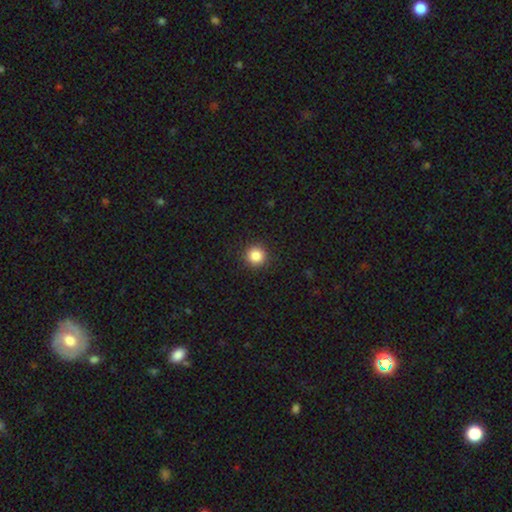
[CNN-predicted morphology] This is clearly a smooth galaxy (85%). How rounded: clearly round (95%). Merging: clearly none (92%).